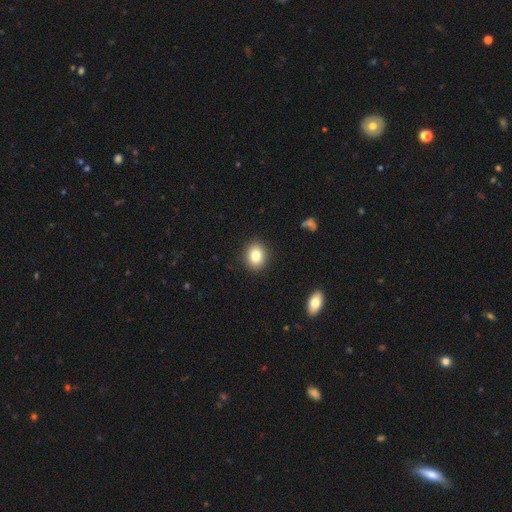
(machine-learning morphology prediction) Smooth or featured: smooth — 82% (star or artifact — 10%)
How rounded: round — 57% (in between — 42%)
Merging: none — 90% (minor disturbance — 7%)